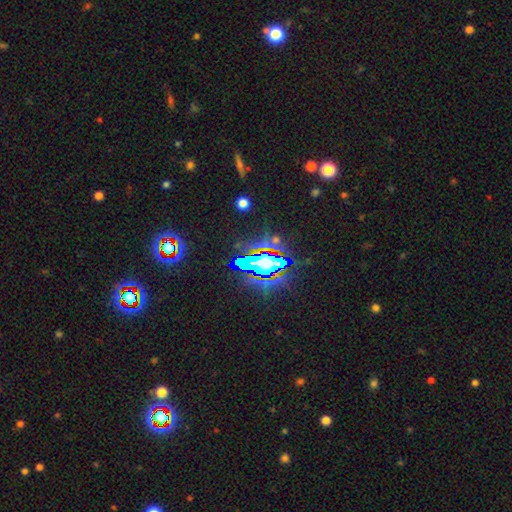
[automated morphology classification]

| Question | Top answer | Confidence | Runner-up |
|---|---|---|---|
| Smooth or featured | star or artifact | 83% | smooth (9%) |